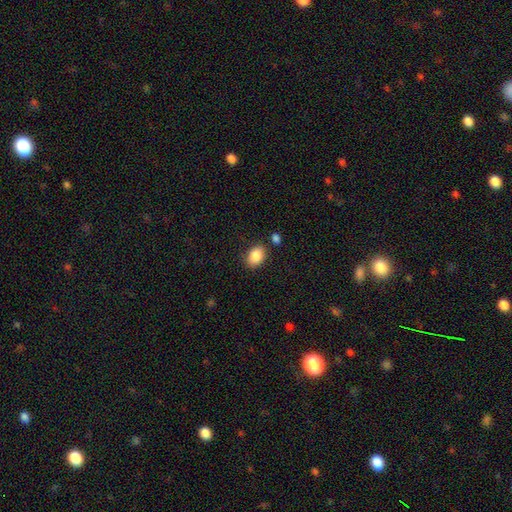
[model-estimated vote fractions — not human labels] The model was most divided on "how rounded": in between: 76%, round: 23%, cigar-shaped: 1%. More confident: smooth or featured — smooth (88%); merging — none (79%).